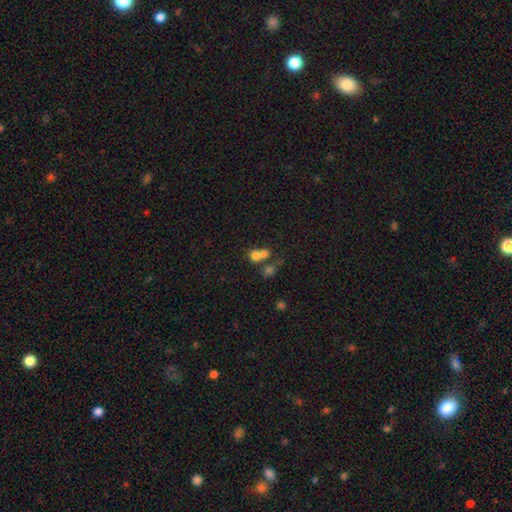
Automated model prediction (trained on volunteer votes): This is likely a smooth galaxy (69%). How rounded: likely round (77%). Merging: possibly merger (58%).